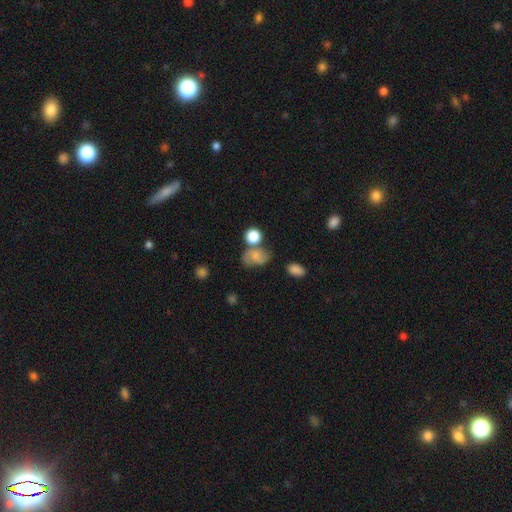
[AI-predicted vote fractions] A smooth galaxy with no disk features (56%) that is in between round and cigar-shaped (57%).

Vote fractions:
- Smooth or featured? smooth: 56% / featured or disk: 31% / star or artifact: 13%
- How rounded? in between: 57% / round: 41% / cigar-shaped: 2%
- Merging? none: 46% / minor disturbance: 23% / merger: 19% / major disturbance: 13%